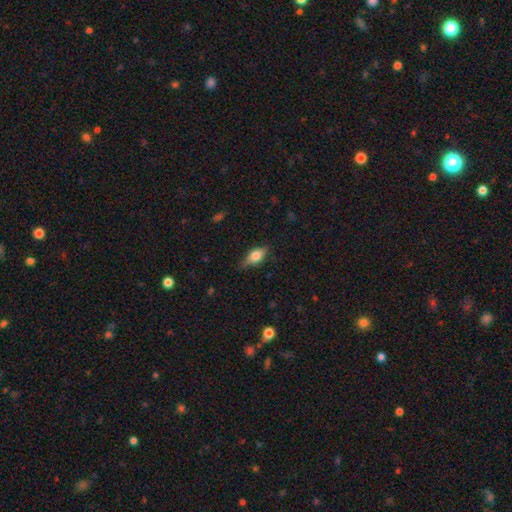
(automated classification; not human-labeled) Smooth or featured? smooth (69%)
How rounded? in between (81%)
Merging? none (73%)